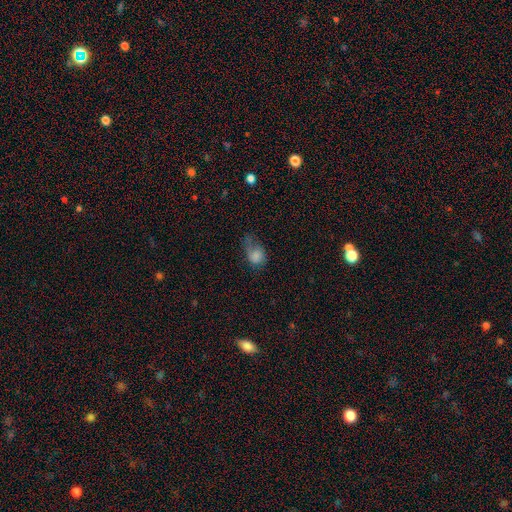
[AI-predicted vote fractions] Morphology: type=smooth (66%); roundness=in between (66%); merging=major disturbance (41%).